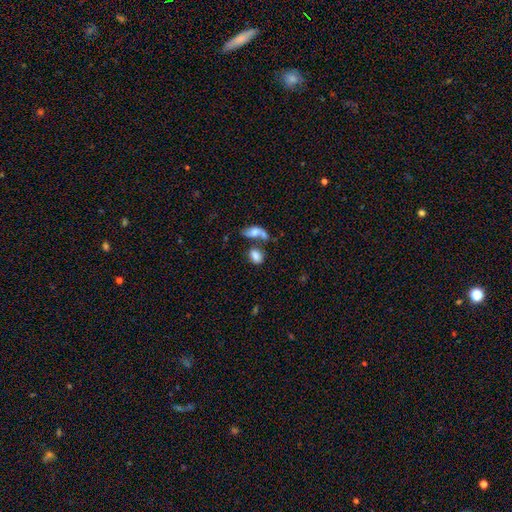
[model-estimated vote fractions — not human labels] smooth-or-featured: smooth: 80% | featured or disk: 11% | star or artifact: 8%
  how-rounded: in between: 82% | round: 15% | cigar-shaped: 2%
  merging: none: 42% | merger: 39% | minor disturbance: 12% | major disturbance: 7%